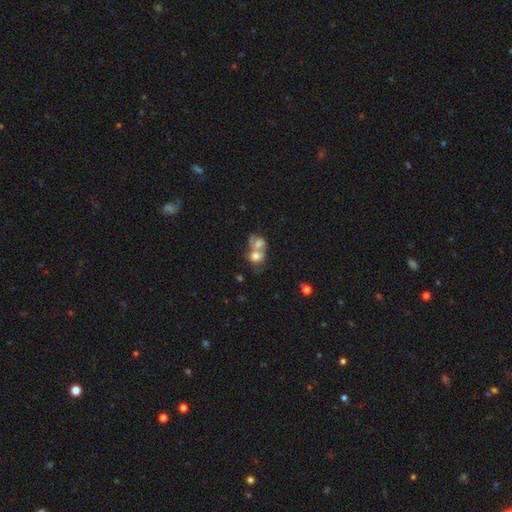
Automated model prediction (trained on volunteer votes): A smooth galaxy with no disk features (63%) that is round (52%).

Vote fractions:
- Smooth or featured? smooth: 63% / featured or disk: 27% / star or artifact: 10%
- How rounded? round: 52% / in between: 47% / cigar-shaped: 1%
- Merging? merger: 73% / none: 15% / minor disturbance: 6% / major disturbance: 5%